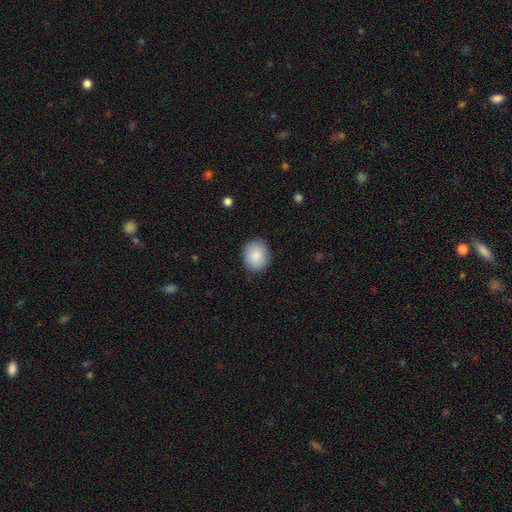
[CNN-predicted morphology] Q: Smooth or featured?
A: smooth (88%); runner-up: star or artifact (7%)
Q: How rounded?
A: round (65%); runner-up: in between (35%)
Q: Merging?
A: none (87%); runner-up: minor disturbance (10%)